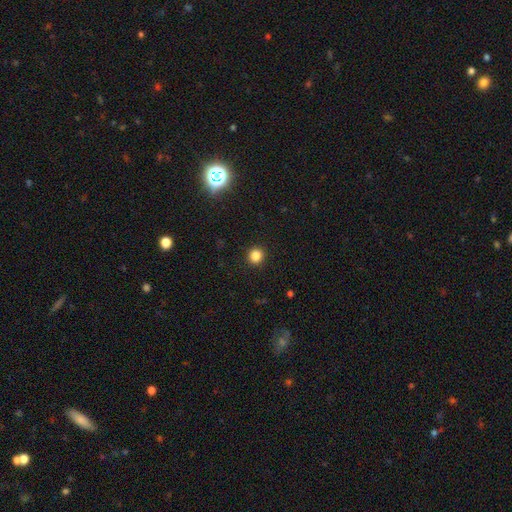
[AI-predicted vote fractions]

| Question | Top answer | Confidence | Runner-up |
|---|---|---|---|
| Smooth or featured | smooth | 84% | star or artifact (12%) |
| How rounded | round | 90% | in between (9%) |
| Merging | none | 92% | minor disturbance (5%) |